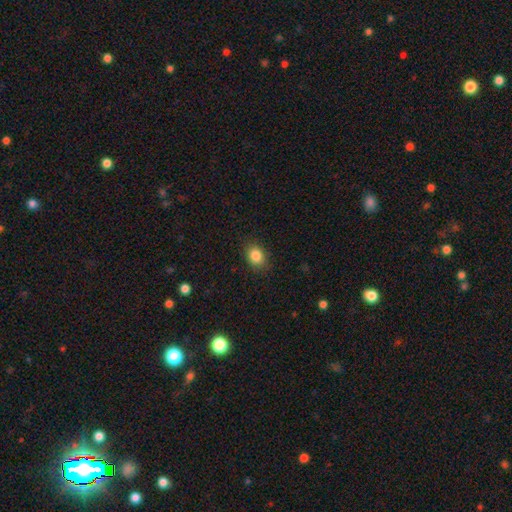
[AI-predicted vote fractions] Smooth or featured? smooth (86%)
How rounded? in between (65%)
Merging? none (85%)